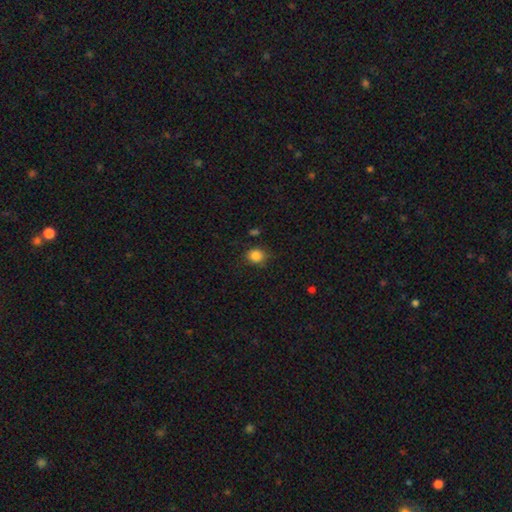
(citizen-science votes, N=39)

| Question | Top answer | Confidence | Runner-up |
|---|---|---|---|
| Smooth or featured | smooth | 92% | star or artifact (8%) |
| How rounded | round | 78% | in between (22%) |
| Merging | none | 75% | minor disturbance (19%) |